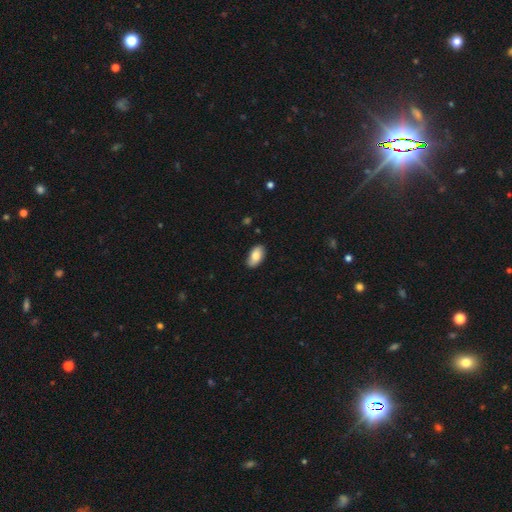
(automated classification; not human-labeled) This appears to be a smooth galaxy with no disk features (82%) that is in between round and cigar-shaped (94%). Merging: none (82%).